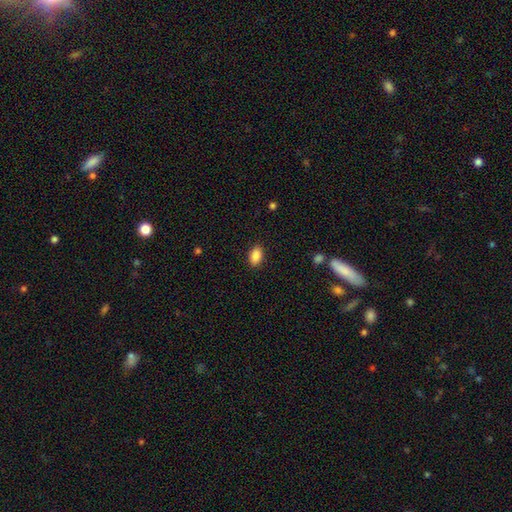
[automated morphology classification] Smooth or featured?
  - smooth: 89% *
  - star or artifact: 8%
  - featured or disk: 3%
How rounded?
  - in between: 90% *
  - round: 8%
  - cigar-shaped: 2%
Merging?
  - none: 89% *
  - minor disturbance: 8%
  - major disturbance: 2%
  - merger: 1%